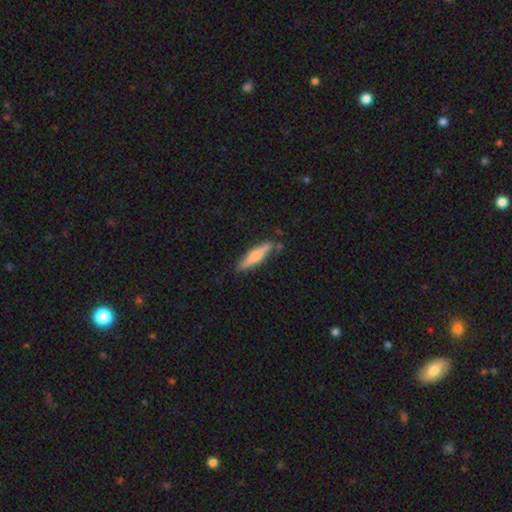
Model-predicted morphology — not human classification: A smooth galaxy with no disk features (56%) that is cigar-shaped (83%).

Vote fractions:
- Smooth or featured? smooth: 56% / featured or disk: 38% / star or artifact: 6%
- How rounded? cigar-shaped: 83% / in between: 15% / round: 2%
- Merging? none: 79% / minor disturbance: 15% / merger: 4% / major disturbance: 3%